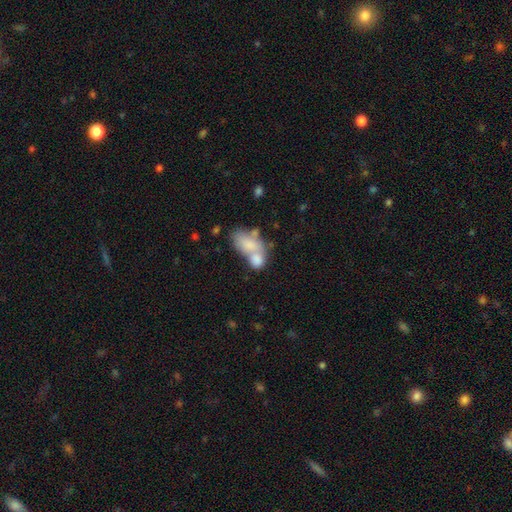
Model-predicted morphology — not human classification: This appears to be a smooth galaxy with no disk features (73%) that is in between round and cigar-shaped (86%). Merging: merger (62%).